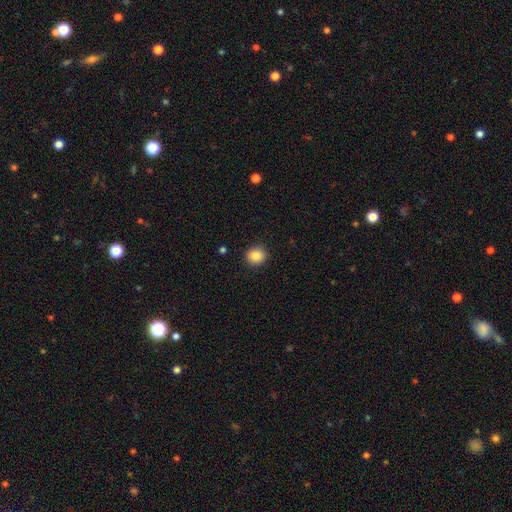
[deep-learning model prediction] A smooth galaxy with no disk features (86%) that is round (86%).

Vote fractions:
- Smooth or featured? smooth: 86% / star or artifact: 9% / featured or disk: 5%
- How rounded? round: 86% / in between: 14% / cigar-shaped: 1%
- Merging? none: 91% / minor disturbance: 6% / major disturbance: 2% / merger: 1%